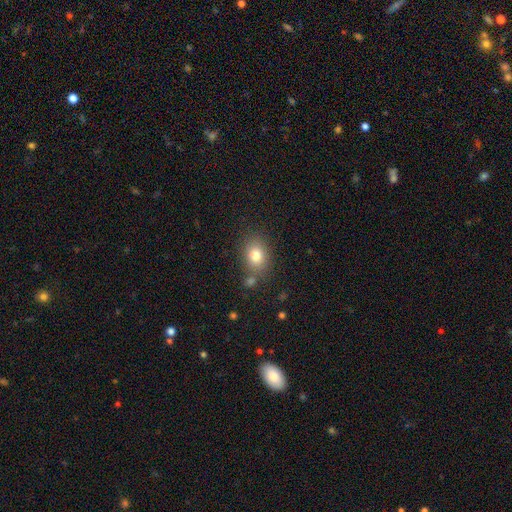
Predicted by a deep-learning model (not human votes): Smooth or featured: smooth — 80% (star or artifact — 10%)
How rounded: in between — 65% (round — 33%)
Merging: none — 73% (minor disturbance — 14%)